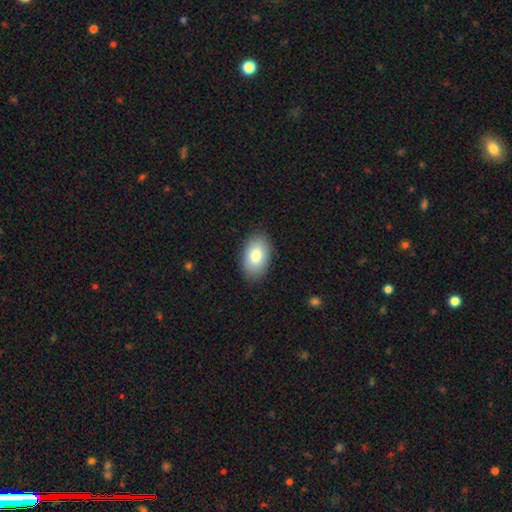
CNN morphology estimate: Overall: smooth (82%). How rounded: in between (92%). Merging: none (86%).